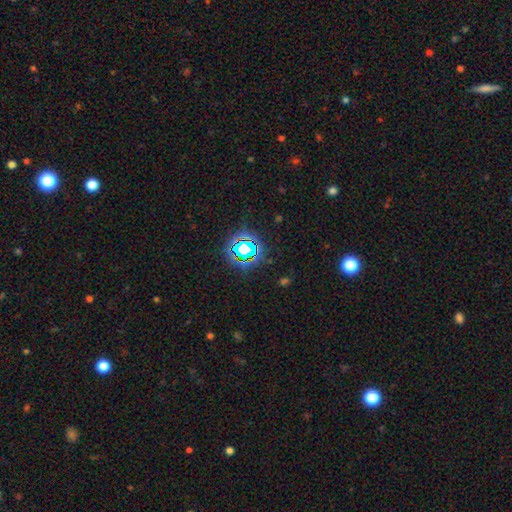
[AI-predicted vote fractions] This appears to be a star or artifact, not a galaxy (77%).